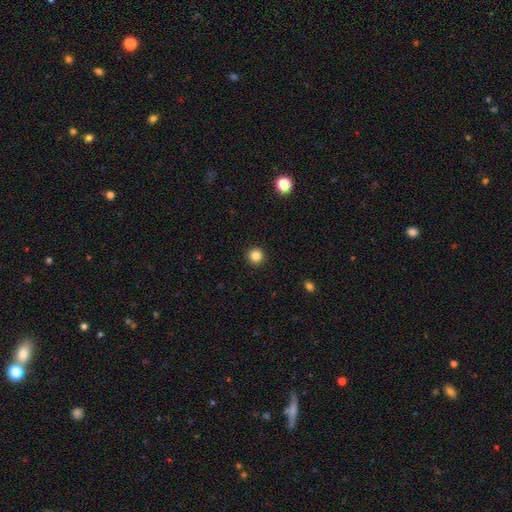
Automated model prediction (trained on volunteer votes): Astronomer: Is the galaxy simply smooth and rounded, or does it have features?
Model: smooth — 85%.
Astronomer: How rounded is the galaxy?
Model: round — 95%.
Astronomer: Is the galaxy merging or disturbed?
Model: none — 93%.